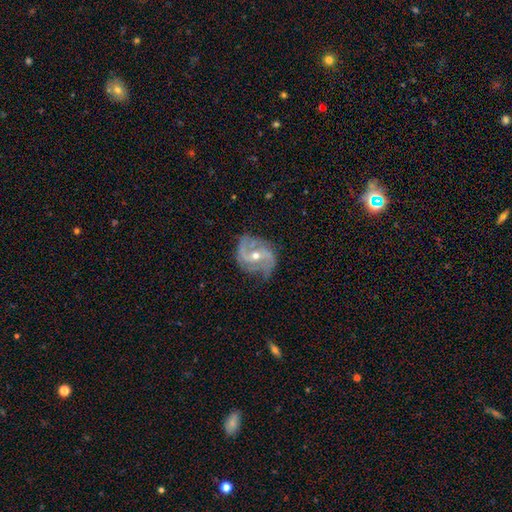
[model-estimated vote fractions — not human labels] This is clearly a featured or disk galaxy (88%). It is clearly not viewed edge-on (97%). Bar: marginally weak (41%). Spiral arm pattern: clearly yes (97%). Spiral arm count: likely 2 (66%). Spiral winding: possibly medium (47%). Central bulge: possibly moderate (54%). Merging: likely none (69%).